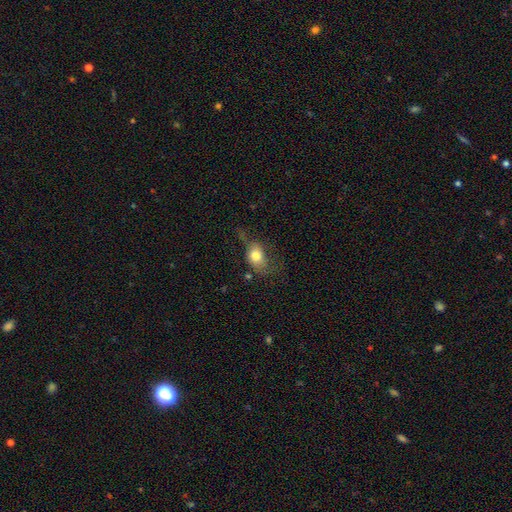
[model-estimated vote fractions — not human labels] Smooth or featured: smooth — 72% (featured or disk — 20%)
How rounded: in between — 70% (round — 28%)
Merging: none — 37% (minor disturbance — 29%)